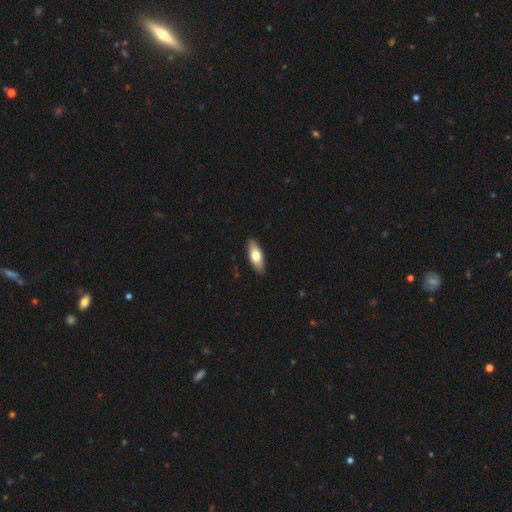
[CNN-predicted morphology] smooth-or-featured: smooth: 68% | featured or disk: 27% | star or artifact: 5%
  how-rounded: in between: 70% | cigar-shaped: 28% | round: 3%
  merging: none: 90% | minor disturbance: 8% | major disturbance: 2% | merger: 1%